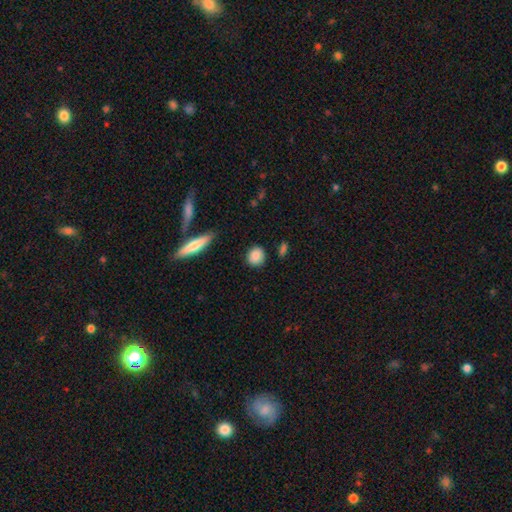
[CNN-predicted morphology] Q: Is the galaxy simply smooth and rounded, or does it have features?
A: smooth — 87%.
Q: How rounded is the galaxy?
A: round — 78%.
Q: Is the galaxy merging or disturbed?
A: none — 84%.